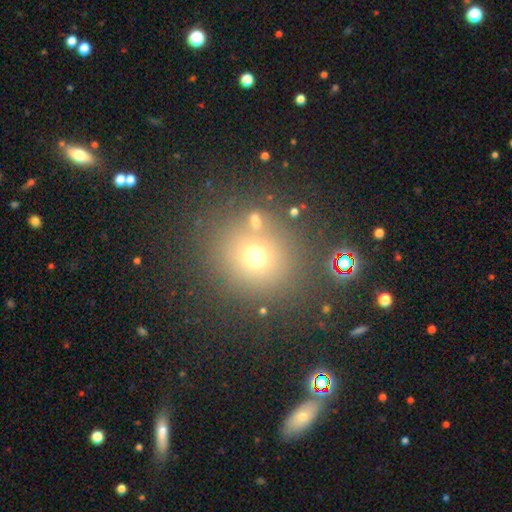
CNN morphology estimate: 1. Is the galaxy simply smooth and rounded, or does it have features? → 64% smooth, 25% star or artifact, 11% featured or disk.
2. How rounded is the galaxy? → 85% round, 14% in between, 1% cigar-shaped.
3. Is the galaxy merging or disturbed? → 77% none, 9% minor disturbance, 9% merger, 5% major disturbance.